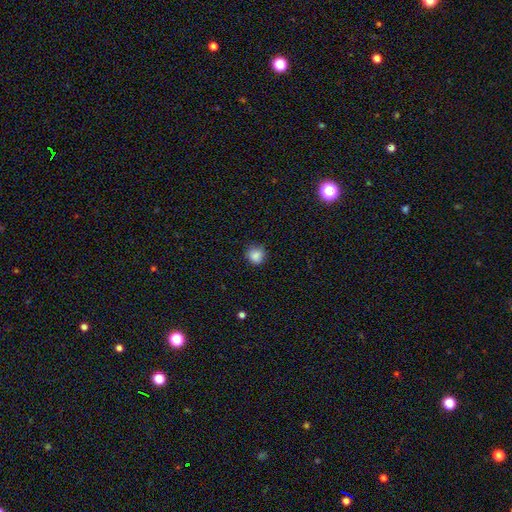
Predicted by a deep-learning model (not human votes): Morphology: type=smooth (86%); roundness=round (89%); merging=none (82%).